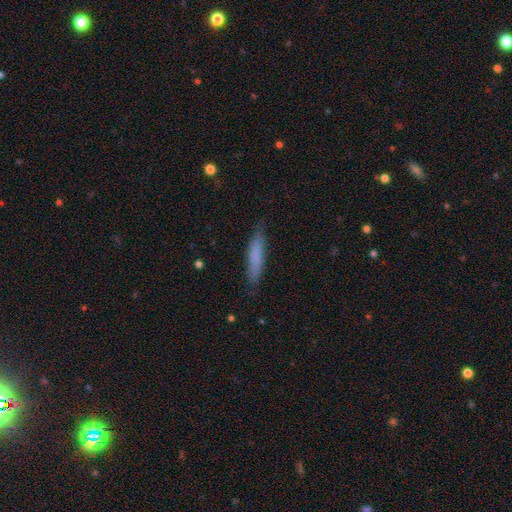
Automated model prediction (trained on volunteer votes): Overall: smooth (76%). How rounded: cigar-shaped (88%). Merging: none (84%).